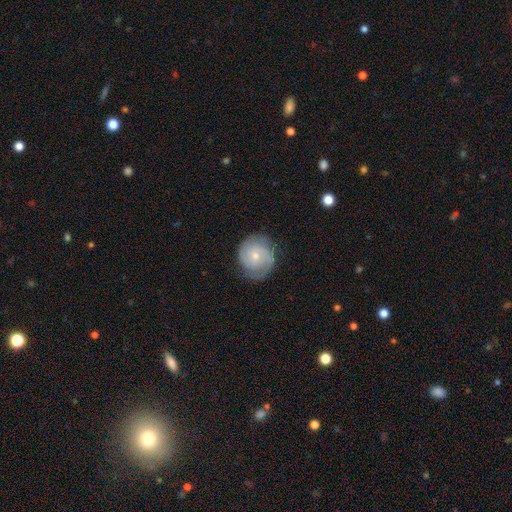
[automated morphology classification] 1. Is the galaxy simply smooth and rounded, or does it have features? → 59% featured or disk, 34% smooth, 6% star or artifact.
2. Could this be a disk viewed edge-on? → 98% no, 2% yes.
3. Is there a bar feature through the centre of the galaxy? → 76% no, 21% weak, 3% strong.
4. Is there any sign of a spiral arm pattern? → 87% yes, 13% no.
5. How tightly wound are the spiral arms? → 52% tight, 35% medium, 13% loose.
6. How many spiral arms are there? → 50% 2, 24% can't tell, 11% 3, 9% 1, 3% 4, 3% more than 4.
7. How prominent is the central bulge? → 65% small, 31% moderate, 2% none, 2% large, 1% dominant.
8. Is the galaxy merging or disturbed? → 71% none, 21% minor disturbance, 8% major disturbance, 1% merger.